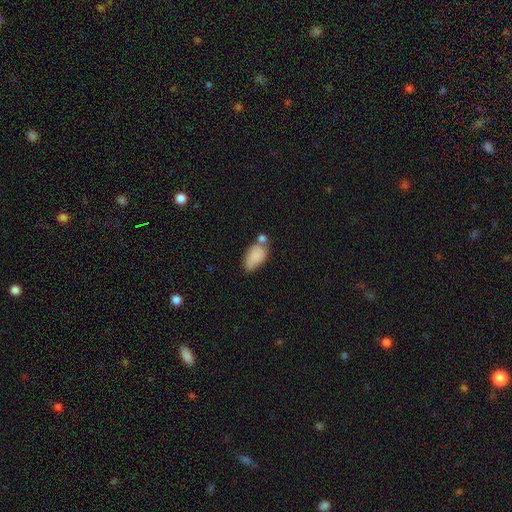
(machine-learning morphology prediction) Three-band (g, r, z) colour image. It shows a smooth galaxy with no disk features (82%) that is in between round and cigar-shaped (92%). Merging: none (37%).